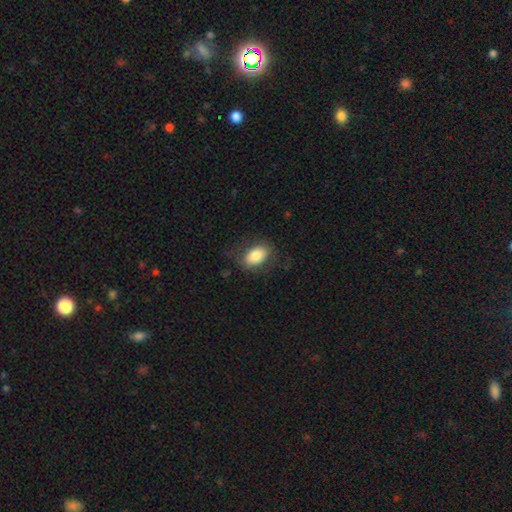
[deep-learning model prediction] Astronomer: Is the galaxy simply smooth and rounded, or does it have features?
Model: smooth — 80%.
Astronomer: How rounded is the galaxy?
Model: in between — 88%.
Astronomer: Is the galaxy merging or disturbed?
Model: none — 74%.